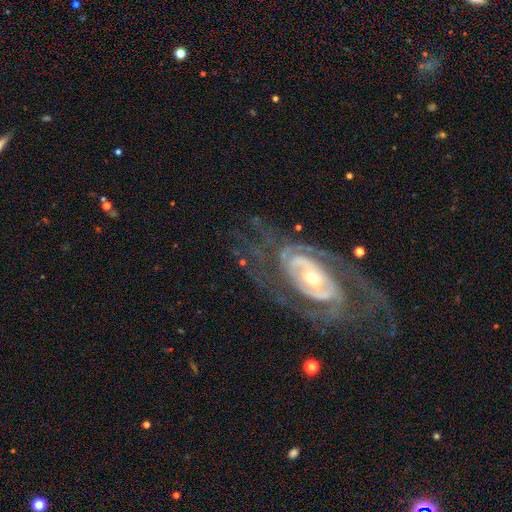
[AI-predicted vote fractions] featured or disk 87%, smooth 7%, star or artifact 6%. Down the decision tree: edge-on disk — no (94%); bar — no (49%); spiral arms — yes (90%); spiral arm count — 2 (56%); spiral winding — tight (52%); bulge size — small (47%); merging — none (71%).